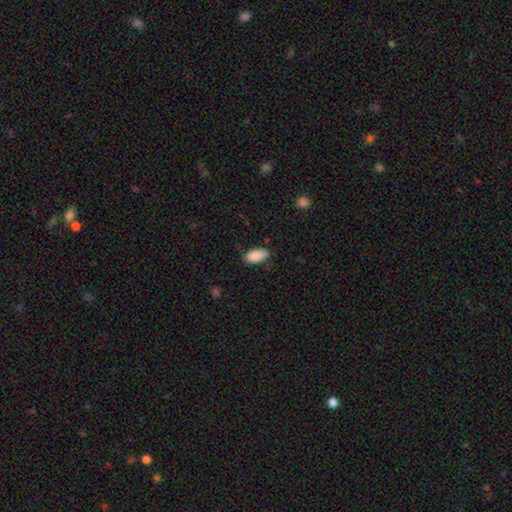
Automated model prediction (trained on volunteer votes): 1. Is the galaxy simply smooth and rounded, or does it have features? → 89% smooth, 7% star or artifact, 4% featured or disk.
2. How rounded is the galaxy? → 92% in between, 6% cigar-shaped, 2% round.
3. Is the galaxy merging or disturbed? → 82% none, 14% minor disturbance, 3% major disturbance, 1% merger.